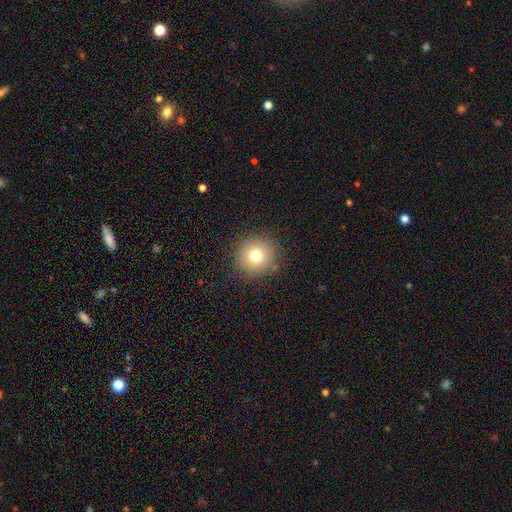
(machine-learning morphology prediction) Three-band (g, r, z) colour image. It shows a smooth galaxy with no disk features (75%) that is round (93%). Merging: none (88%).